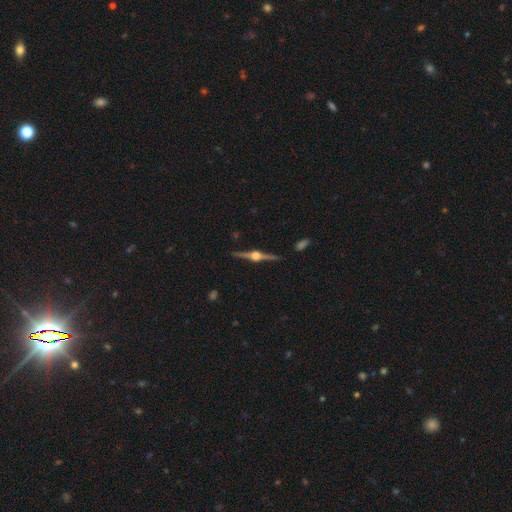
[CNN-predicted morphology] Smooth or featured? featured or disk (90%)
Edge-on disk? yes (98%)
Edge-on bulge? rounded (95%)
Merging? none (91%)